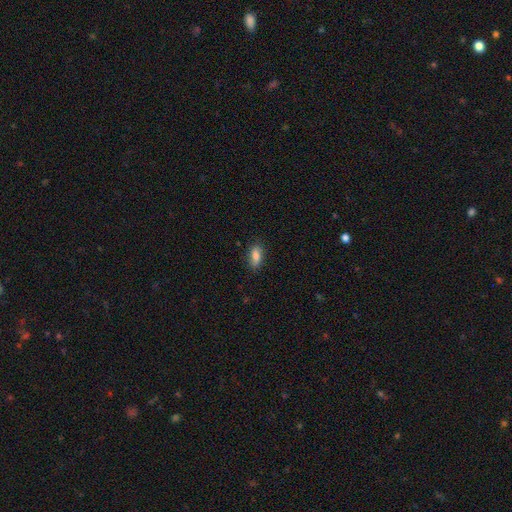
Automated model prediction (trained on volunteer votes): Smooth or featured? smooth (80%)
How rounded? in between (80%)
Merging? none (78%)